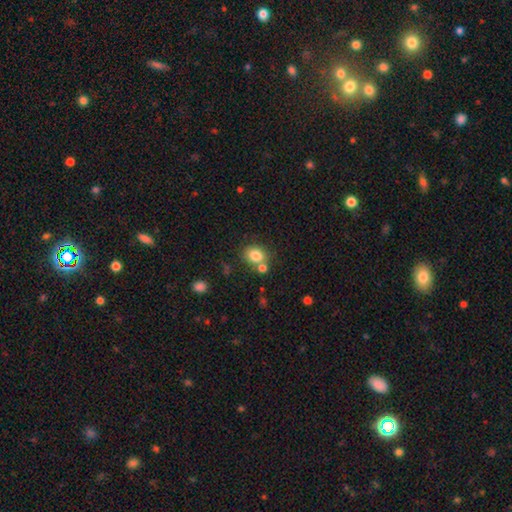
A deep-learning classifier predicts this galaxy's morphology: The model was most divided on "how rounded": round: 58%, in between: 41%, cigar-shaped: 1%. More confident: smooth or featured — smooth (81%); merging — none (65%).